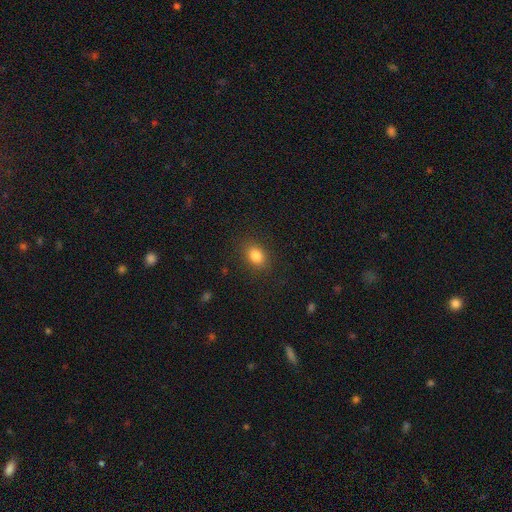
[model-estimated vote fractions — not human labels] Smooth or featured? smooth (84%)
How rounded? in between (71%)
Merging? none (86%)